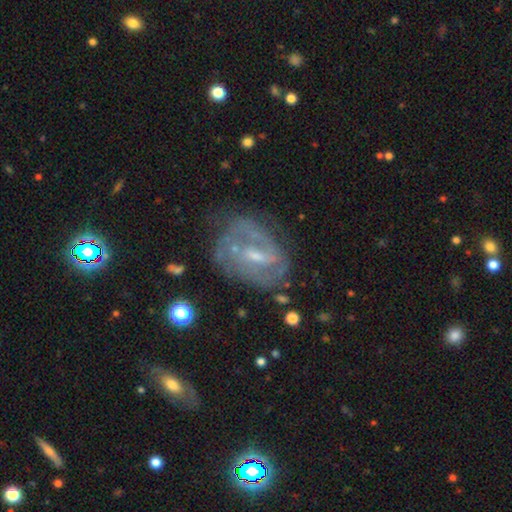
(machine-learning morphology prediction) smooth_or_featured: featured or disk (p=0.78) [alt: smooth p=0.15]
disk_edge_on: no (p=0.96) [alt: yes p=0.04]
bar: weak (p=0.53) [alt: strong p=0.25]
has_spiral_arms: yes (p=0.78) [alt: no p=0.22]
spiral_winding: tight (p=0.43) [alt: medium p=0.40]
spiral_arm_count: 2 (p=0.46) [alt: can't tell p=0.32]
bulge_size: small (p=0.49) [alt: moderate p=0.36]
merging: none (p=0.57) [alt: minor disturbance p=0.23]